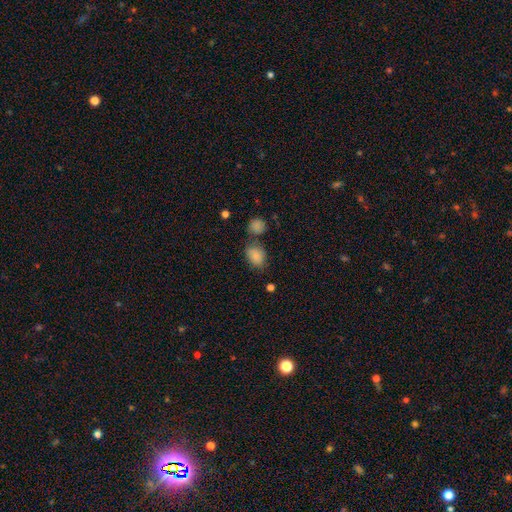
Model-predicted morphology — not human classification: Smooth or featured: smooth — 85% (star or artifact — 9%)
How rounded: in between — 72% (round — 27%)
Merging: none — 56% (minor disturbance — 19%)